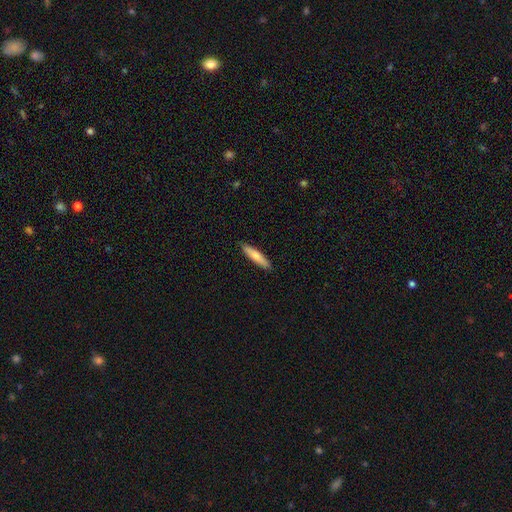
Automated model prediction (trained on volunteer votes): Smooth or featured? smooth (73%)
How rounded? cigar-shaped (85%)
Merging? none (90%)